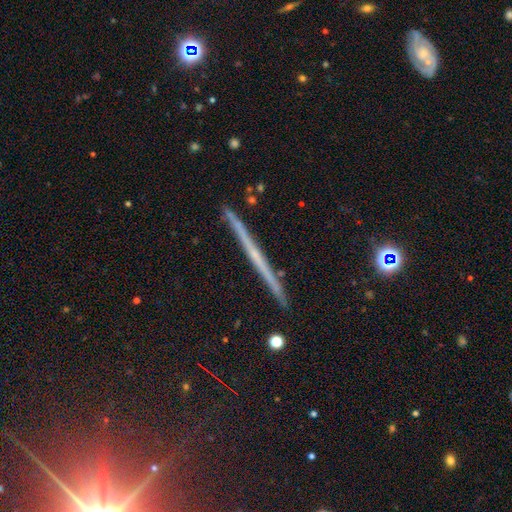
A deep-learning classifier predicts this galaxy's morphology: This is likely a featured or disk galaxy (67%). It is clearly viewed edge-on (98%). Edge-on bulge: likely none (72%). Merging: clearly none (91%).